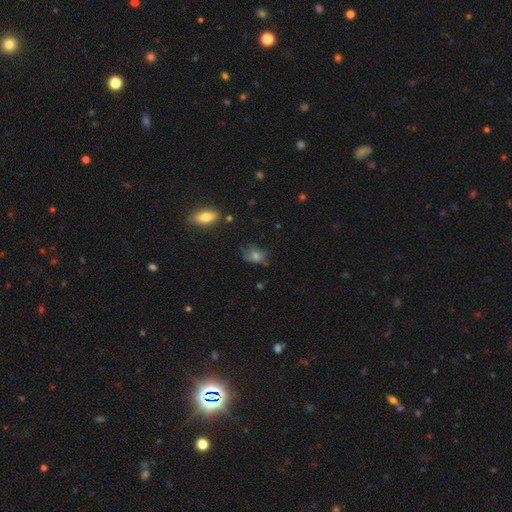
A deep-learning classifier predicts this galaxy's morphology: A smooth galaxy with no disk features (66%) that is in between round and cigar-shaped (66%). Merging: none (52%).